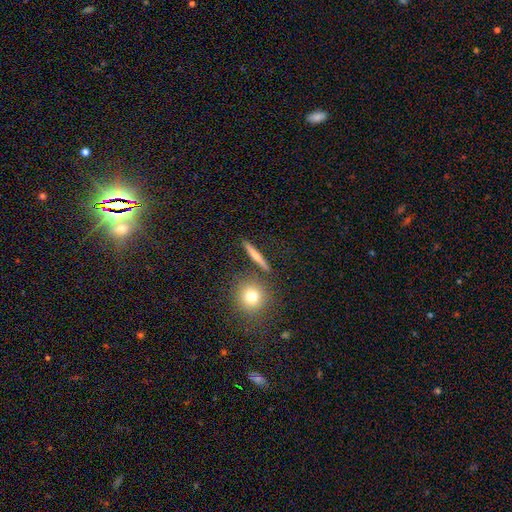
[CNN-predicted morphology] smooth-or-featured: smooth: 54% | featured or disk: 36% | star or artifact: 11%
  how-rounded: cigar-shaped: 76% | round: 13% | in between: 11%
  merging: none: 86% | minor disturbance: 7% | merger: 4% | major disturbance: 2%